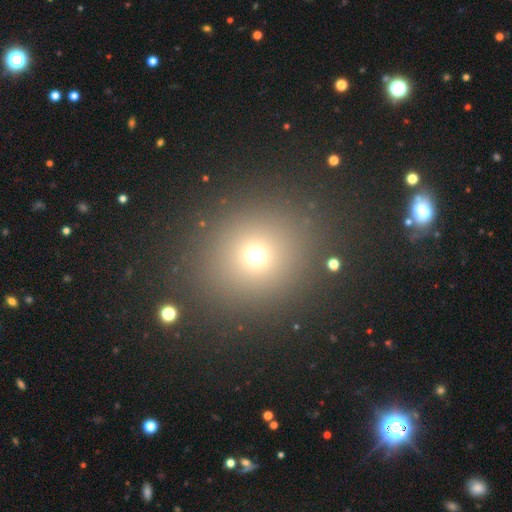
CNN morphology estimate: Smooth or featured: smooth — 66% (star or artifact — 25%)
How rounded: round — 84% (in between — 15%)
Merging: none — 85% (minor disturbance — 7%)